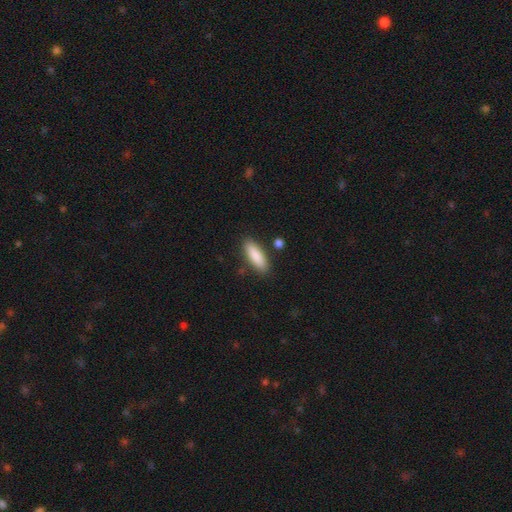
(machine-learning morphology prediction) Smooth or featured? smooth (87%)
How rounded? in between (53%)
Merging? none (85%)